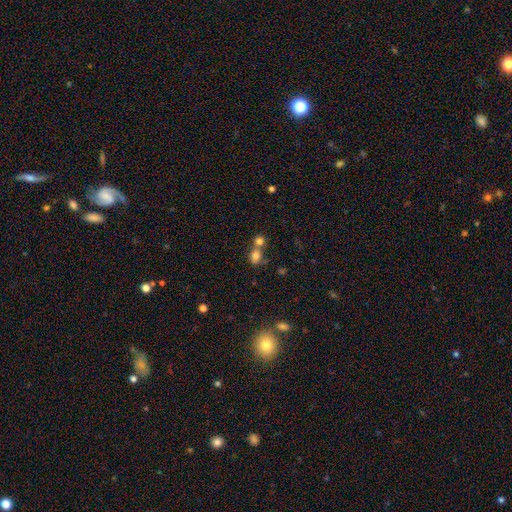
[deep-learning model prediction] Smooth or featured? Predicted: smooth (p=0.76). How rounded? Predicted: round (p=0.52). Merging? Predicted: merger (p=0.50).